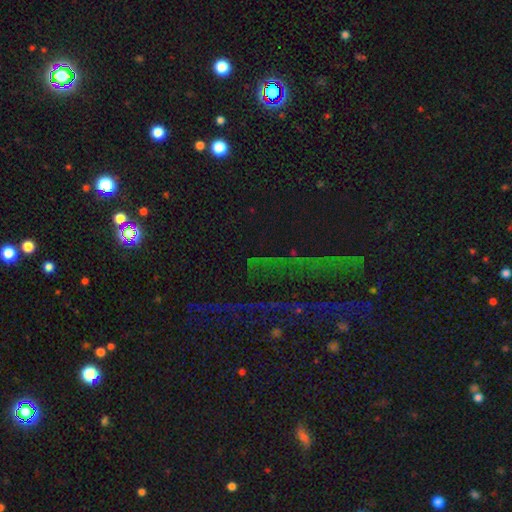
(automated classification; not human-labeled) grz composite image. It shows a star or artifact, not a galaxy (76%).